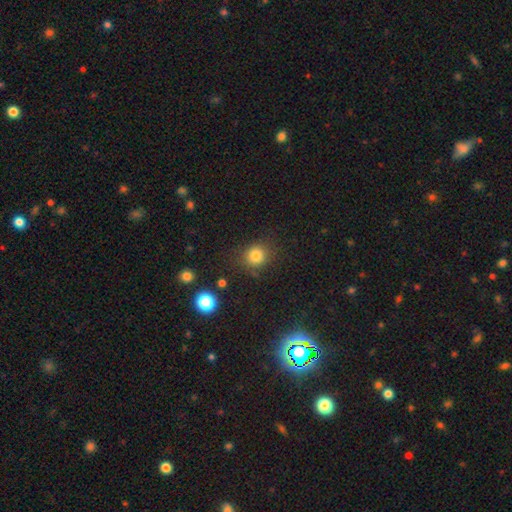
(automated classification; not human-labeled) Q: Smooth or featured?
A: smooth (81%); runner-up: star or artifact (13%)
Q: How rounded?
A: round (84%); runner-up: in between (15%)
Q: Merging?
A: none (80%); runner-up: minor disturbance (13%)